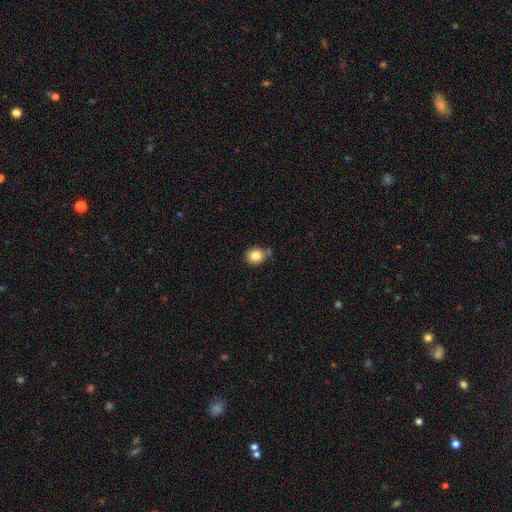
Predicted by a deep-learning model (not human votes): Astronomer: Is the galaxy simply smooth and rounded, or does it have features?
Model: smooth — 84%.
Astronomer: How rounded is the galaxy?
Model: round — 74%.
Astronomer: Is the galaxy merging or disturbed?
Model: none — 71%.